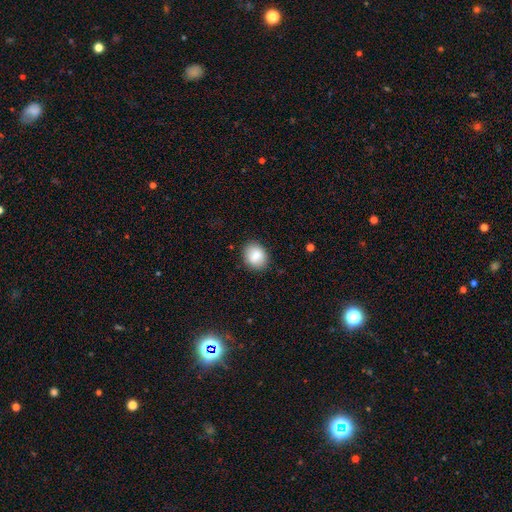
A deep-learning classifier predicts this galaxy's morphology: Q: Smooth or featured?
A: smooth (84%); runner-up: featured or disk (9%)
Q: How rounded?
A: round (51%); runner-up: in between (48%)
Q: Merging?
A: none (85%); runner-up: minor disturbance (11%)